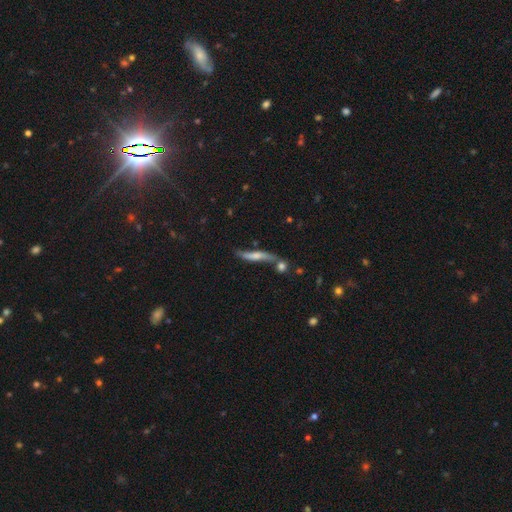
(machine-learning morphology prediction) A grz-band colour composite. It shows a featured or disk galaxy (51%) viewed edge-on (67%). Merging: none (52%).